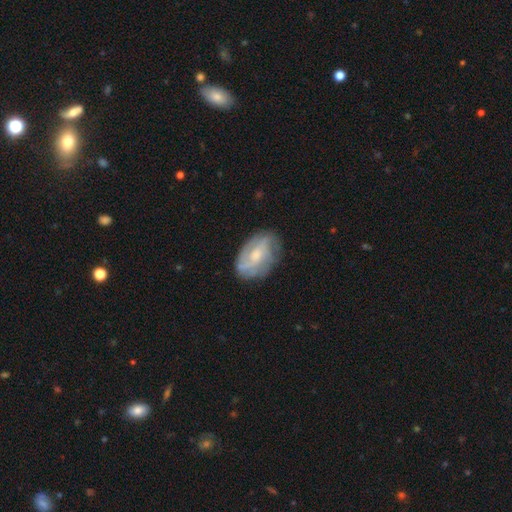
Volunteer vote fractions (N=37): Smooth or featured? featured or disk (76%)
Edge-on disk? no (96%)
Bar? no (63%)
Spiral arms? yes (85%)
Spiral winding? loose (57%)
Spiral arm count? can't tell (43%)
Bulge size? moderate (74%)
Merging? none (83%)